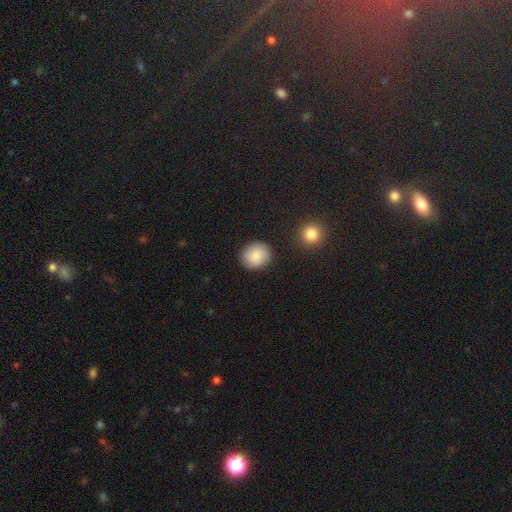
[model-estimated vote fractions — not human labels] Smooth or featured: smooth — 79% (featured or disk — 13%)
How rounded: round — 76% (in between — 24%)
Merging: none — 87% (minor disturbance — 9%)